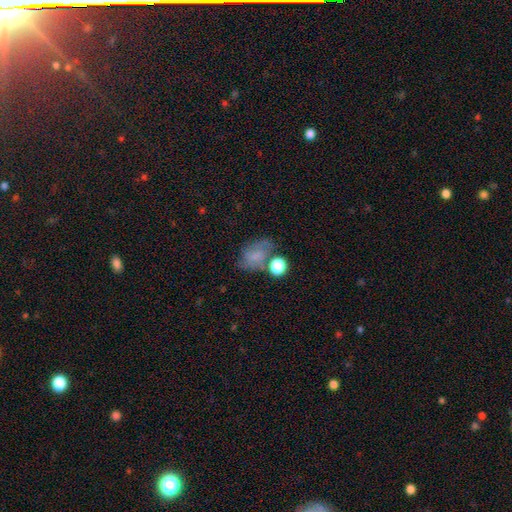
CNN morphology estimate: smooth_or_featured: smooth (p=0.64) [alt: featured or disk p=0.23]
how_rounded: in between (p=0.71) [alt: round p=0.28]
merging: none (p=0.47) [alt: minor disturbance p=0.23]